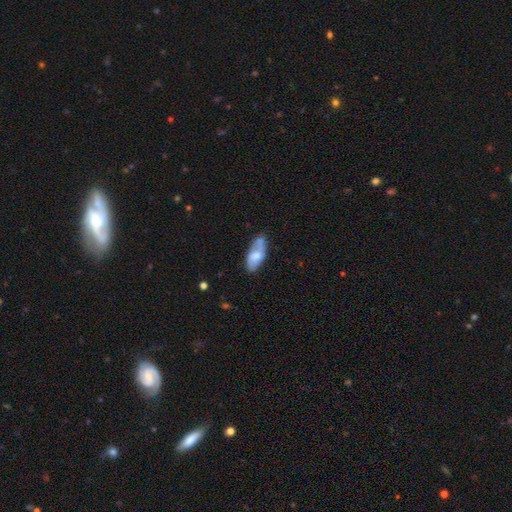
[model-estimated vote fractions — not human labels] Morphology: type=smooth (58%); roundness=in between (81%); merging=none (54%).